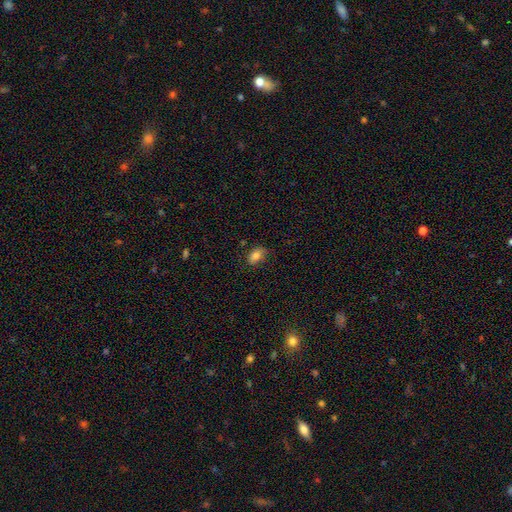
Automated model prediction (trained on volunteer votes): Smooth or featured: smooth — 81% (featured or disk — 10%)
How rounded: in between — 84% (round — 14%)
Merging: none — 77% (minor disturbance — 18%)